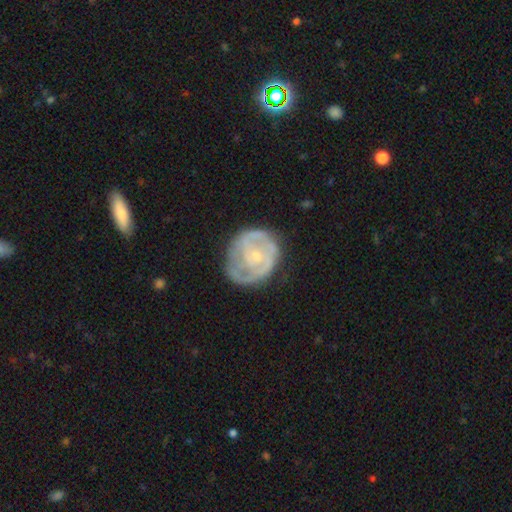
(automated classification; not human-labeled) Smooth or featured? featured or disk (77%)
Edge-on disk? no (98%)
Bar? no (73%)
Spiral arms? yes (85%)
Spiral winding? tight (56%)
Spiral arm count? 2 (40%)
Bulge size? small (72%)
Merging? none (67%)